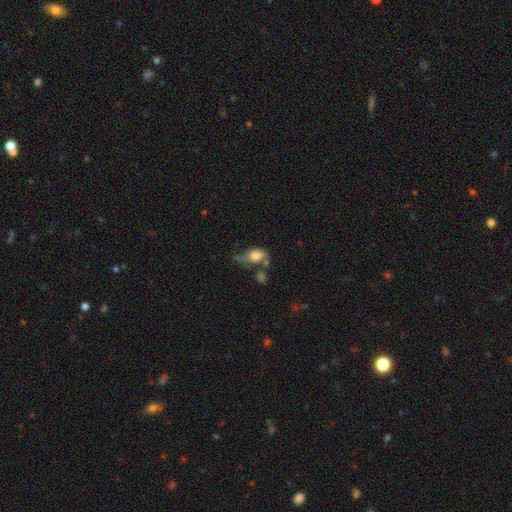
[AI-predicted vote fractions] The model was most divided on "merging" (2-way tie): minor disturbance: 27%, none: 27%, major disturbance: 25%, merger: 22%. More confident: how rounded — in between (82%); smooth or featured — smooth (68%).